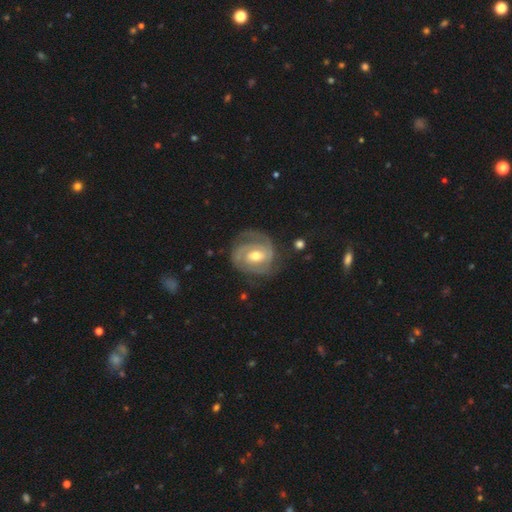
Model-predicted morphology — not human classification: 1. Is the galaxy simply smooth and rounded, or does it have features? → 89% featured or disk, 7% smooth, 4% star or artifact.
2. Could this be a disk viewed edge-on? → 98% no, 2% yes.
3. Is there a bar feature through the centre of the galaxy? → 46% weak, 36% no, 19% strong.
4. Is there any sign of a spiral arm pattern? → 96% yes, 4% no.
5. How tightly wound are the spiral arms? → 64% tight, 30% medium, 6% loose.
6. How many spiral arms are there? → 53% 2, 23% 3, 12% can't tell, 5% 1, 4% 4, 3% more than 4.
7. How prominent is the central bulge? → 73% moderate, 21% small, 4% large, 1% none, 1% dominant.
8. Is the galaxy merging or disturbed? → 75% none, 17% minor disturbance, 7% major disturbance, 1% merger.